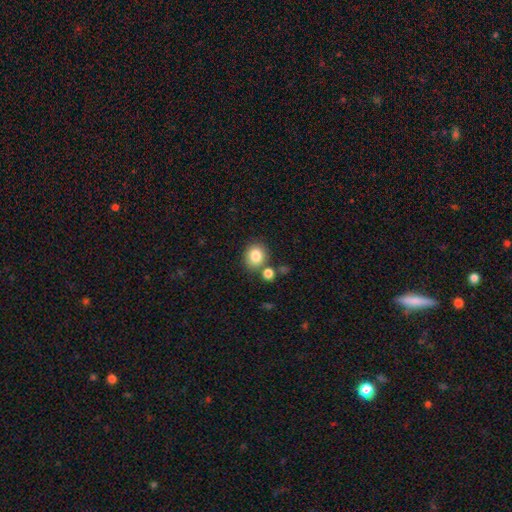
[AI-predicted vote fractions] Morphology: type=smooth (83%); roundness=round (70%); merging=none (70%).